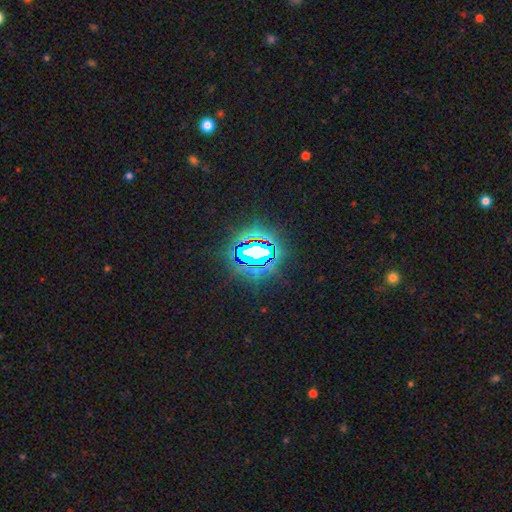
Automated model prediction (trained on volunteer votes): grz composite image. It shows a star or artifact, not a galaxy (74%).